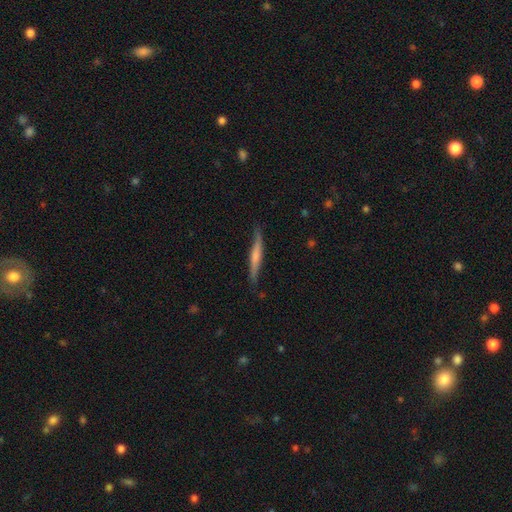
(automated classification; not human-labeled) Smooth or featured: smooth — 49% (featured or disk — 45%)
Merging: none — 79% (minor disturbance — 17%)